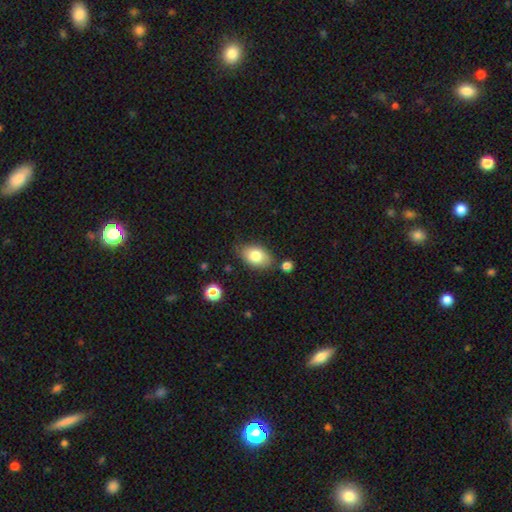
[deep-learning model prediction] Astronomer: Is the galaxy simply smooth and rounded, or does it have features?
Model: smooth — 80%.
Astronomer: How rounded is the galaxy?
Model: in between — 88%.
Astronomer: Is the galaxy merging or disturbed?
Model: none — 75%.